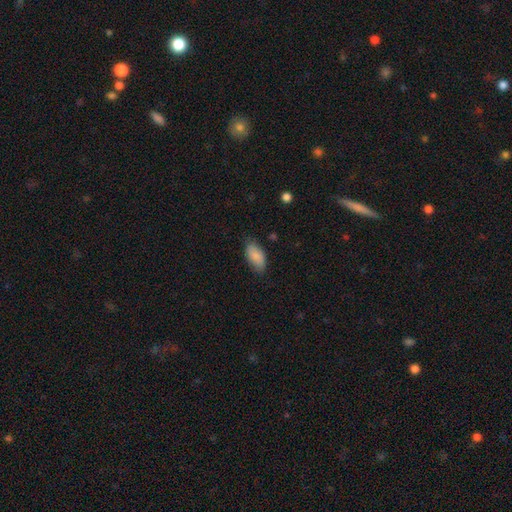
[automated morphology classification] smooth-or-featured: smooth: 86% | featured or disk: 8% | star or artifact: 6%
  how-rounded: in between: 93% | cigar-shaped: 5% | round: 3%
  merging: none: 76% | minor disturbance: 19% | major disturbance: 3% | merger: 1%